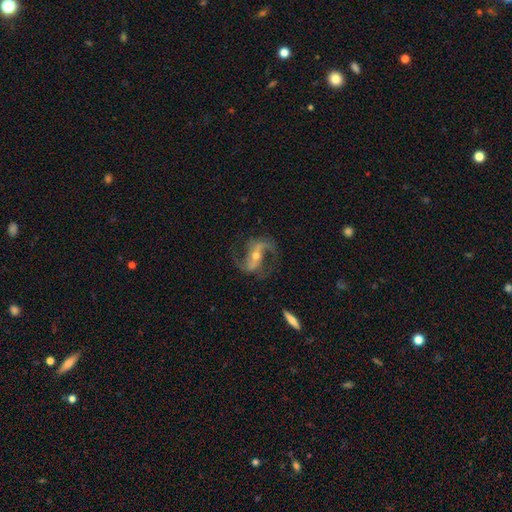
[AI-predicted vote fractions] This appears to be a featured or disk galaxy (90%) with a strong bar (52%), 2 (93%) loose (46%) spiral arms (97%) and a moderate central bulge (49%). Merging: none (76%).